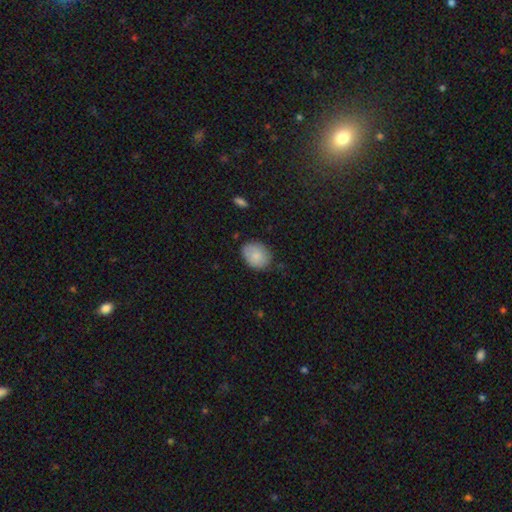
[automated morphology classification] The model was most divided on "how rounded": in between: 52%, round: 47%, cigar-shaped: 1%. More confident: smooth or featured — smooth (84%); merging — none (73%).